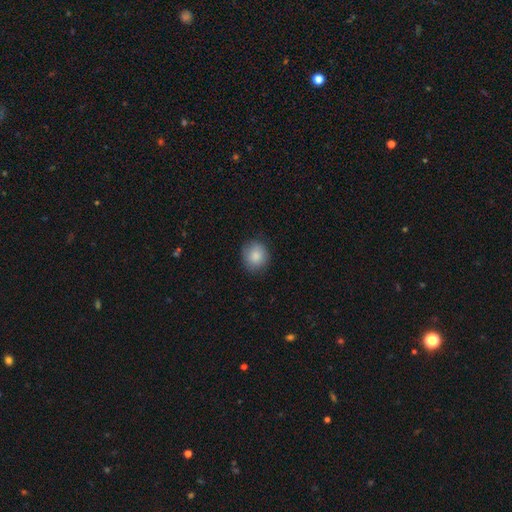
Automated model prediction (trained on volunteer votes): A smooth galaxy with no disk features (86%) that is round (80%).

Vote fractions:
- Smooth or featured? smooth: 86% / star or artifact: 8% / featured or disk: 6%
- How rounded? round: 80% / in between: 19% / cigar-shaped: 1%
- Merging? none: 85% / minor disturbance: 11% / major disturbance: 3% / merger: 1%